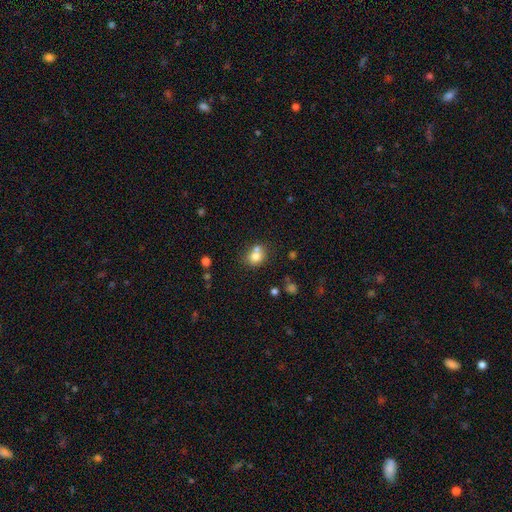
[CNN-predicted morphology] Q: Smooth or featured?
A: smooth (76%); runner-up: featured or disk (13%)
Q: How rounded?
A: round (71%); runner-up: in between (28%)
Q: Merging?
A: none (45%); runner-up: merger (42%)